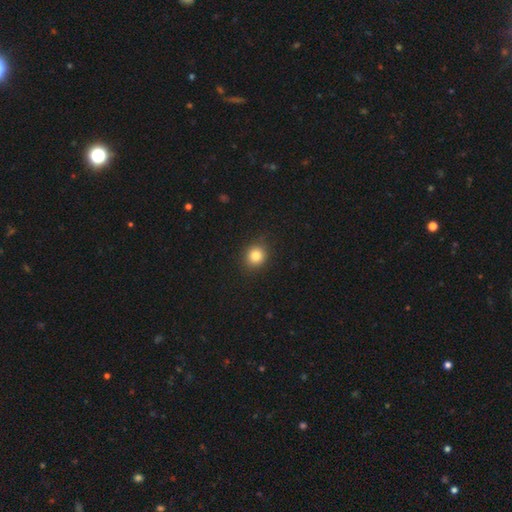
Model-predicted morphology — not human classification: Q: Smooth or featured?
A: smooth (82%); runner-up: star or artifact (12%)
Q: How rounded?
A: round (84%); runner-up: in between (15%)
Q: Merging?
A: none (89%); runner-up: minor disturbance (8%)